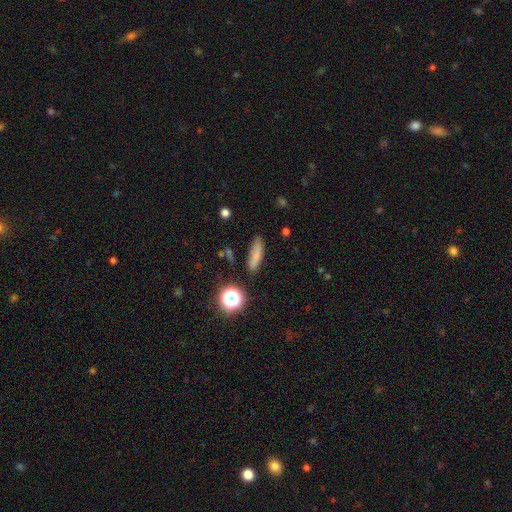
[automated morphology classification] Overall: smooth (76%). How rounded: cigar-shaped (63%; in between 31%). Merging: none (80%).